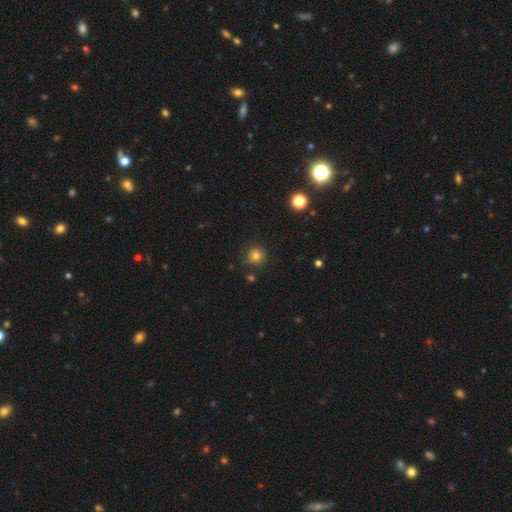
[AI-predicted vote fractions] Overall: smooth (79%). How rounded: round (94%). Merging: none (84%).